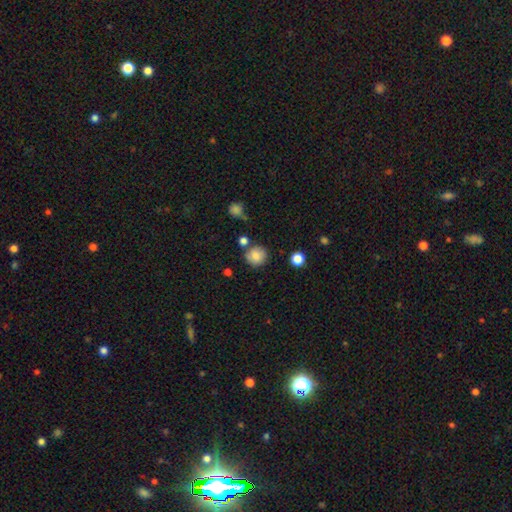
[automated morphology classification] Smooth or featured?
  - smooth: 81% *
  - star or artifact: 10%
  - featured or disk: 9%
How rounded?
  - round: 90% *
  - in between: 9%
  - cigar-shaped: 1%
Merging?
  - none: 75% *
  - minor disturbance: 13%
  - merger: 8%
  - major disturbance: 4%